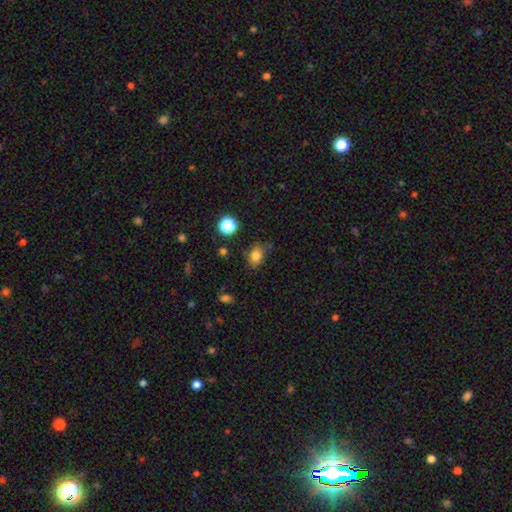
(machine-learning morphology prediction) Smooth or featured?
  - smooth: 81% *
  - star or artifact: 12%
  - featured or disk: 7%
How rounded?
  - in between: 73% *
  - round: 26%
  - cigar-shaped: 1%
Merging?
  - none: 74% *
  - minor disturbance: 18%
  - major disturbance: 4%
  - merger: 4%